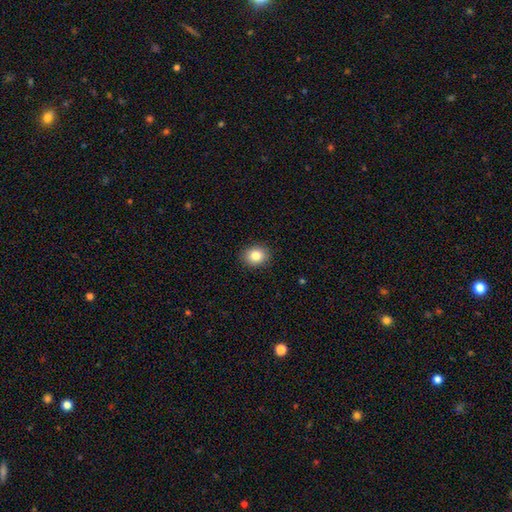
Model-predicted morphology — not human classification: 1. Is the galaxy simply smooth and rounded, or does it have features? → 84% smooth, 10% star or artifact, 6% featured or disk.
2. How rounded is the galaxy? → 64% round, 35% in between, 1% cigar-shaped.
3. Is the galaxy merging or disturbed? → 90% none, 7% minor disturbance, 2% major disturbance, 1% merger.